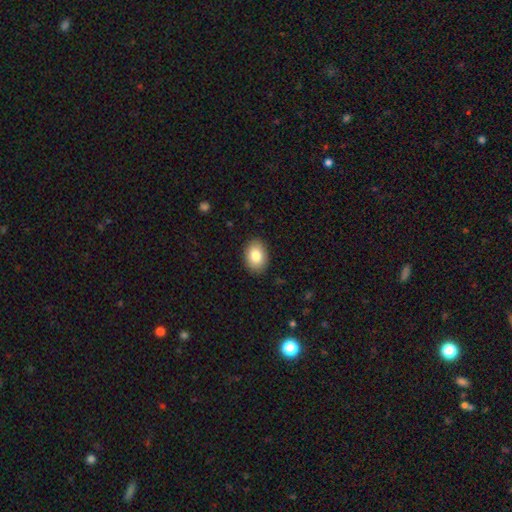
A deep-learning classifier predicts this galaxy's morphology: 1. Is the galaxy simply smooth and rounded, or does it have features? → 84% smooth, 9% featured or disk, 7% star or artifact.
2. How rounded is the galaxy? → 77% in between, 22% round, 1% cigar-shaped.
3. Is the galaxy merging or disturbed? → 89% none, 8% minor disturbance, 2% major disturbance, 1% merger.